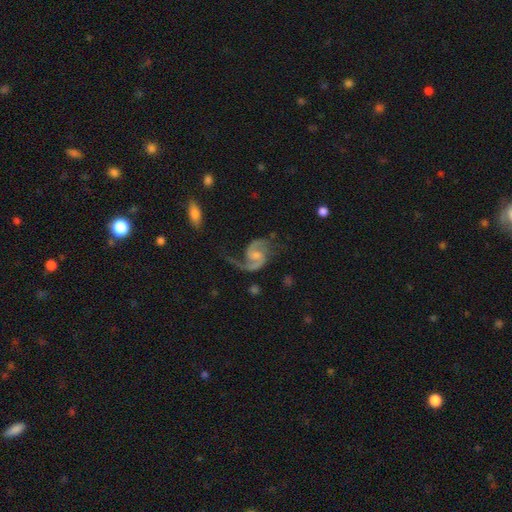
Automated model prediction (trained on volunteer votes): This is clearly a featured or disk galaxy (91%). It is clearly not viewed edge-on (98%). Bar: possibly weak (47%). Spiral arm pattern: clearly yes (98%). Spiral arm count: clearly 2 (89%). Spiral winding: possibly medium (50%). Central bulge: marginally moderate (39%). Merging: possibly none (59%).